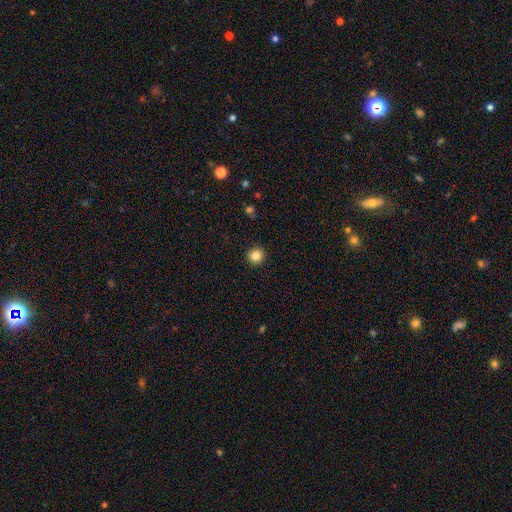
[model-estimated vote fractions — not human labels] smooth_or_featured: smooth (p=0.84) [alt: star or artifact p=0.11]
how_rounded: round (p=0.95) [alt: in between p=0.04]
merging: none (p=0.93) [alt: minor disturbance p=0.05]